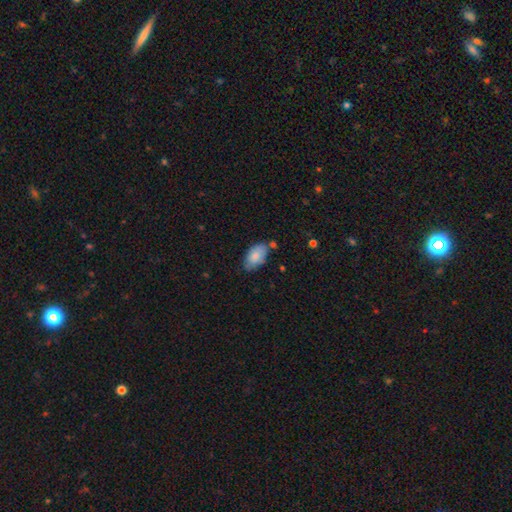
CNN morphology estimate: This is clearly a smooth galaxy (83%). How rounded: clearly in between (94%). Merging: likely none (65%).